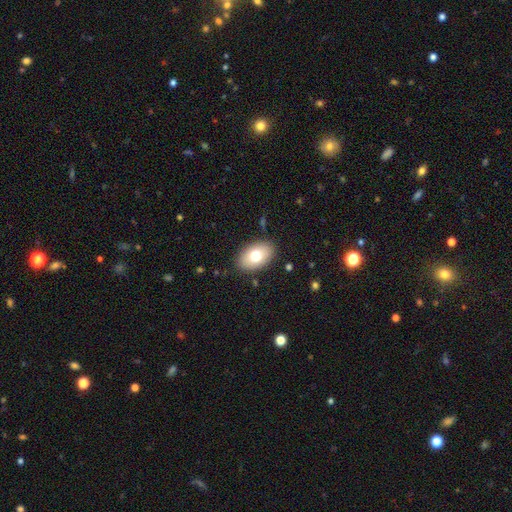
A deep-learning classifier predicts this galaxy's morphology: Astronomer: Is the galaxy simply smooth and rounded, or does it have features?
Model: smooth — 73%.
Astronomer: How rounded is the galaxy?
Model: in between — 89%.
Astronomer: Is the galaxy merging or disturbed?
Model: none — 86%.